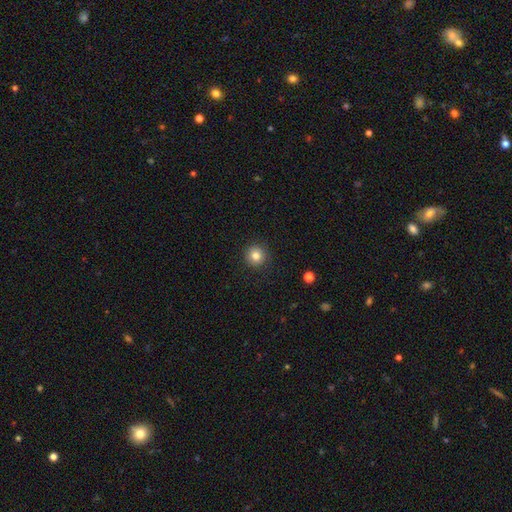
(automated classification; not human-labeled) Morphology: type=smooth (82%); roundness=round (95%); merging=none (91%).